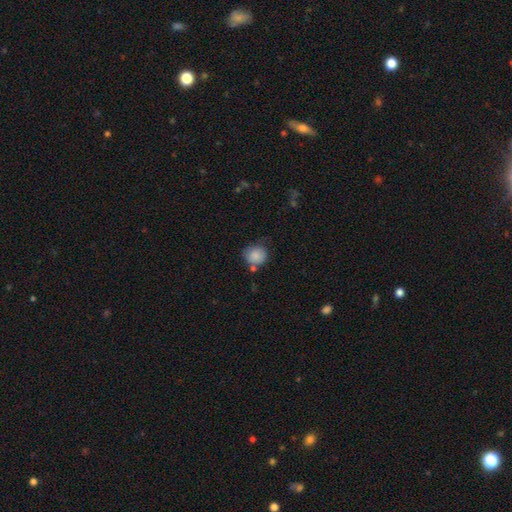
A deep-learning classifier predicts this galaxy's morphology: The model was most divided on "merging": none: 58%, minor disturbance: 24%, merger: 11%, major disturbance: 7%. More confident: smooth or featured — smooth (84%); how rounded — round (80%).